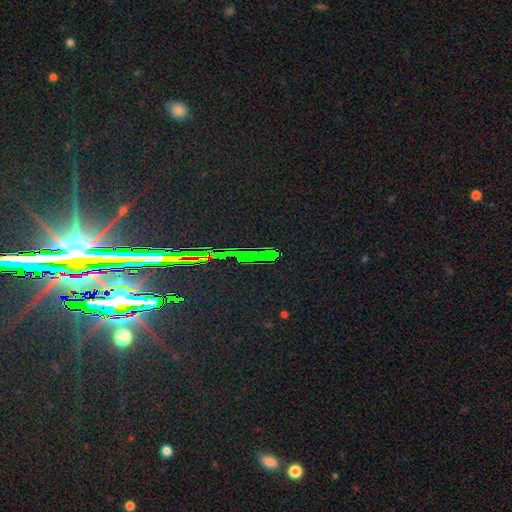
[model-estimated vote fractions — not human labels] This appears to be a star or artifact, not a galaxy (82%).